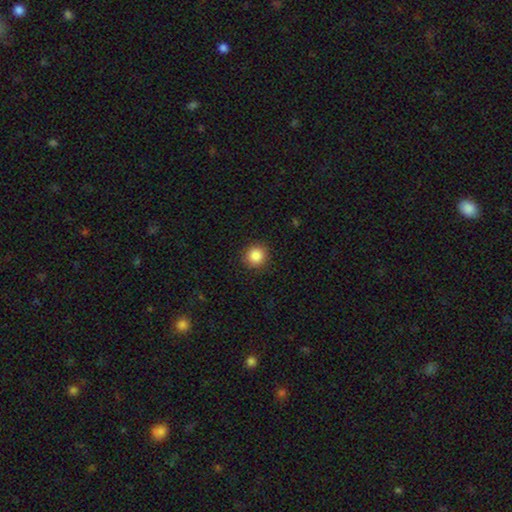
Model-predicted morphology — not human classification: A smooth galaxy with no disk features (87%) that is round (92%). Merging: none (90%).